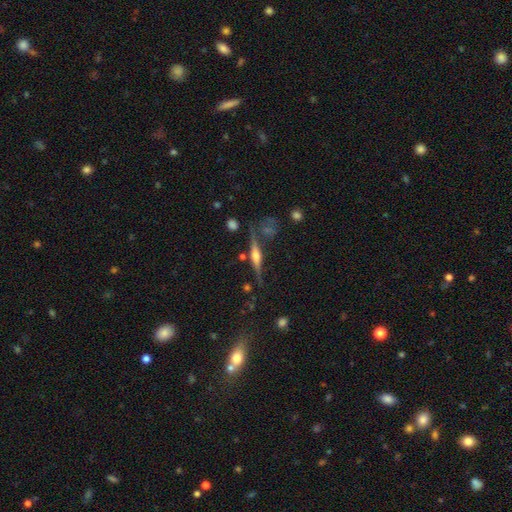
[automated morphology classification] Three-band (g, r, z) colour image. It shows a featured or disk galaxy (75%) viewed edge-on (97%) with a rounded central bulge (85%). Merging: none (78%).